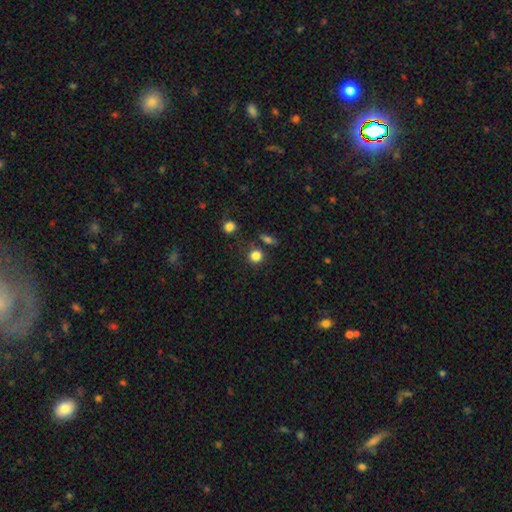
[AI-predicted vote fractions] smooth-or-featured: smooth: 82% | star or artifact: 13% | featured or disk: 5%
  how-rounded: round: 87% | in between: 12% | cigar-shaped: 1%
  merging: none: 77% | minor disturbance: 11% | merger: 8% | major disturbance: 4%